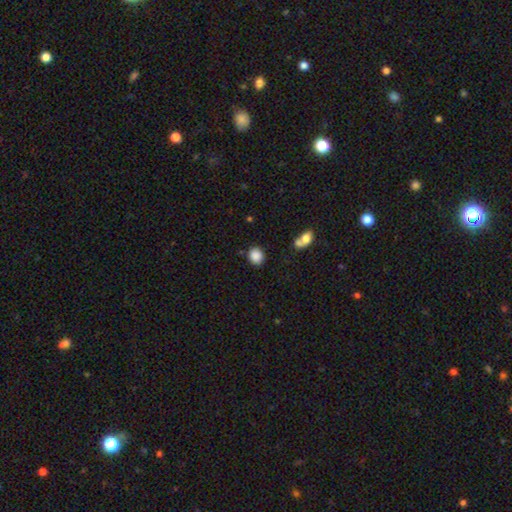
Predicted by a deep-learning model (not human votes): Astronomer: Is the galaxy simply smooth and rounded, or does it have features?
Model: smooth — 87%.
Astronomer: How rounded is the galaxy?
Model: round — 73%.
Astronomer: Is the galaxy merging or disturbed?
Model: none — 82%.